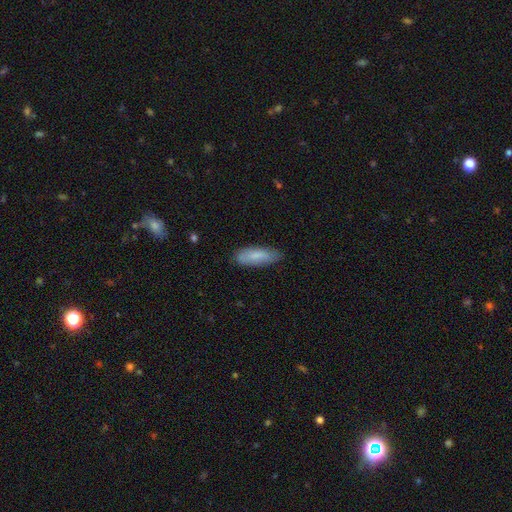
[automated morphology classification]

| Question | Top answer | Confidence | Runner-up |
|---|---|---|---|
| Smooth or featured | smooth | 81% | featured or disk (14%) |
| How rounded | in between | 59% | cigar-shaped (40%) |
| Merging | none | 78% | minor disturbance (17%) |